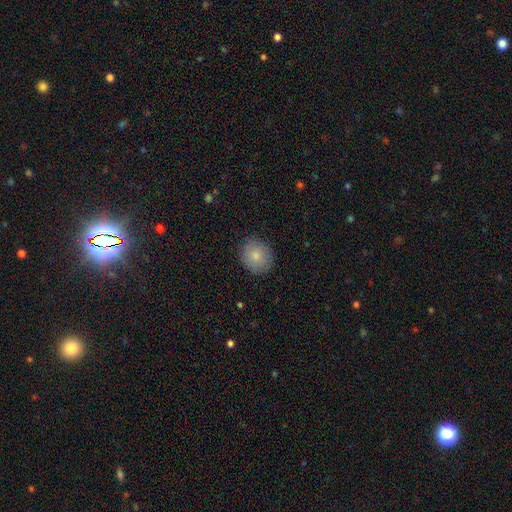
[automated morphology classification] Smooth or featured: smooth — 83% (featured or disk — 9%)
How rounded: round — 78% (in between — 21%)
Merging: none — 88% (minor disturbance — 9%)